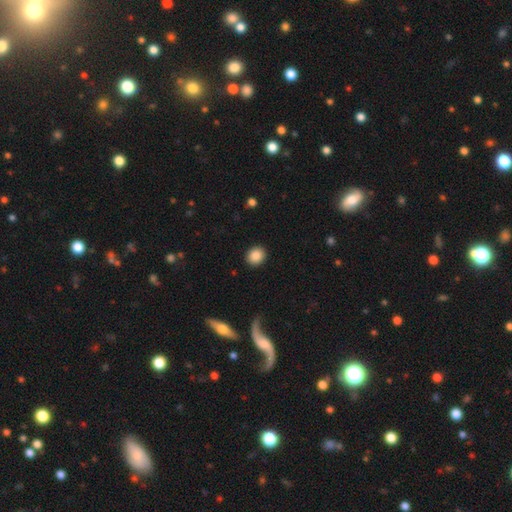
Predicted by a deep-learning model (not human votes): Morphology: type=smooth (87%); roundness=round (72%); merging=none (91%).